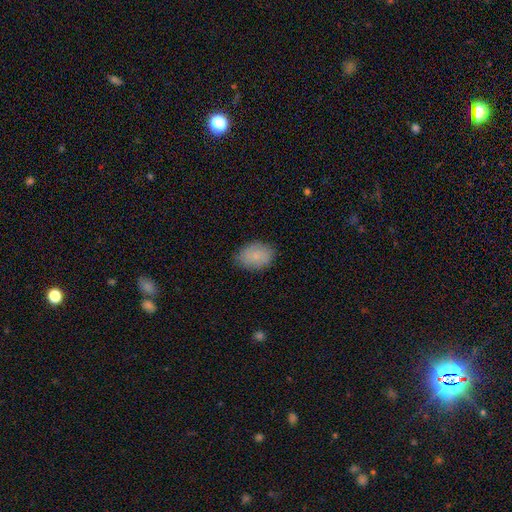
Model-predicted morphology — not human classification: smooth_or_featured: smooth (p=0.80) [alt: featured or disk p=0.13]
how_rounded: in between (p=0.75) [alt: round p=0.24]
merging: none (p=0.81) [alt: minor disturbance p=0.15]